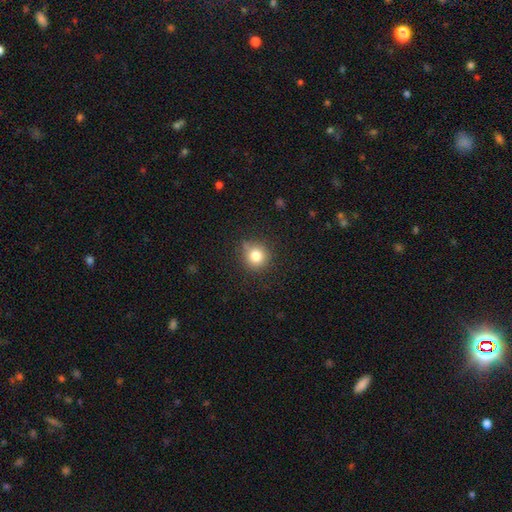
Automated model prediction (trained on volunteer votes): A smooth galaxy with no disk features (81%) that is round (90%).

Vote fractions:
- Smooth or featured? smooth: 81% / star or artifact: 12% / featured or disk: 7%
- How rounded? round: 90% / in between: 9% / cigar-shaped: 1%
- Merging? none: 81% / minor disturbance: 14% / major disturbance: 3% / merger: 2%